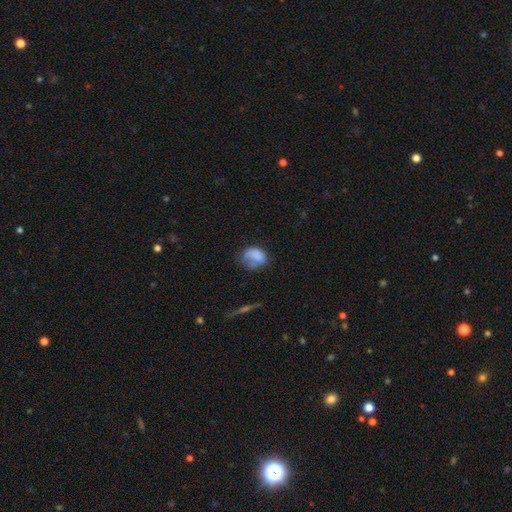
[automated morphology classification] Q: Smooth or featured?
A: smooth (73%); runner-up: featured or disk (17%)
Q: How rounded?
A: in between (60%); runner-up: round (39%)
Q: Merging?
A: none (40%); runner-up: minor disturbance (32%)